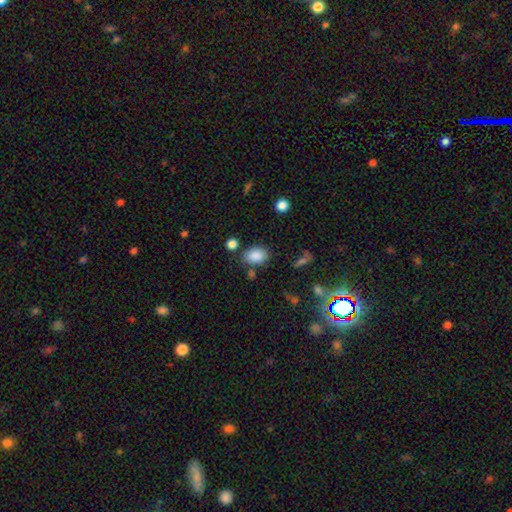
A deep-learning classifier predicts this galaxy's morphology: smooth 86%, star or artifact 9%, featured or disk 5%. Down the decision tree: how rounded — in between (81%); merging — none (74%).